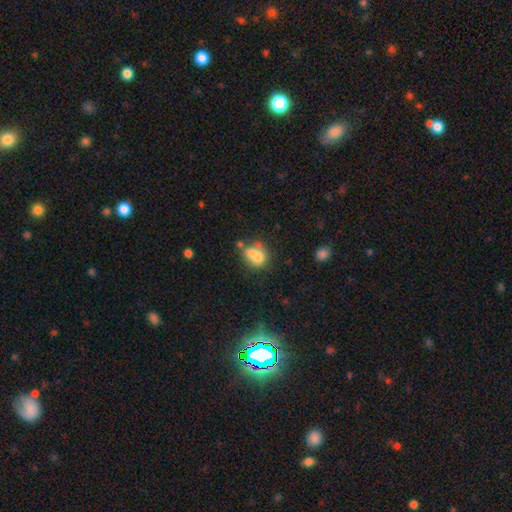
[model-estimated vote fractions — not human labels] Smooth or featured? Predicted: smooth (p=0.69). How rounded? Predicted: in between (p=0.63). Merging? Predicted: none (p=0.35, tied with merger).